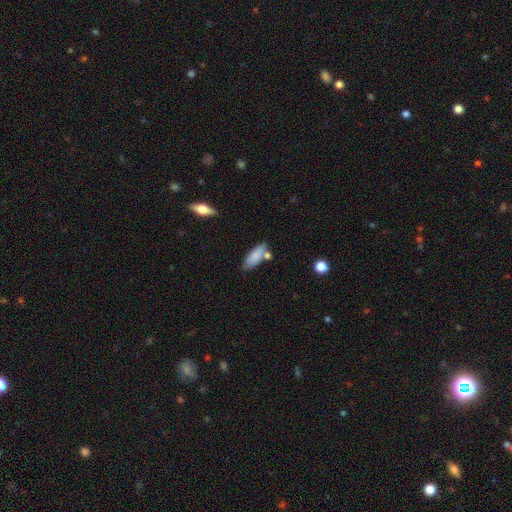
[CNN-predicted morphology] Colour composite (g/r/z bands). It shows a smooth galaxy with no disk features (82%) that is in between round and cigar-shaped (72%). Merging: none (65%).